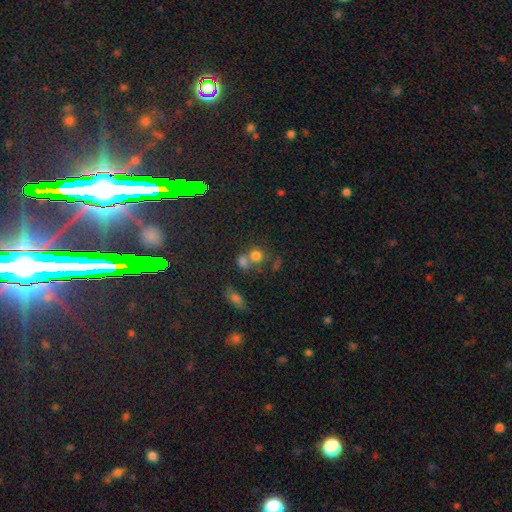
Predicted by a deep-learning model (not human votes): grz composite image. It shows a smooth galaxy with no disk features (72%) that is round (79%). Merging: none (44%).